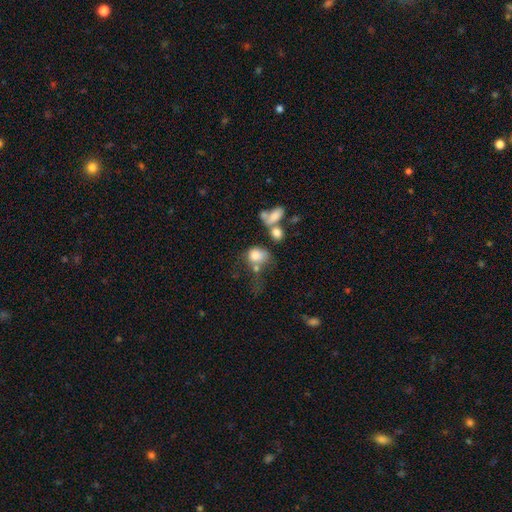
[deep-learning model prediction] Smooth or featured? Predicted: smooth (p=0.74). How rounded? Predicted: in between (p=0.54). Merging? Predicted: merger (p=0.36).